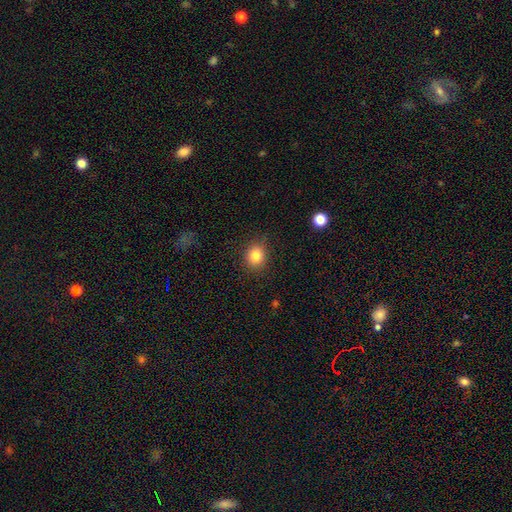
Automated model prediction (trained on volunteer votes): smooth 84%, star or artifact 10%, featured or disk 6%. Down the decision tree: how rounded — round (69%); merging — none (84%).